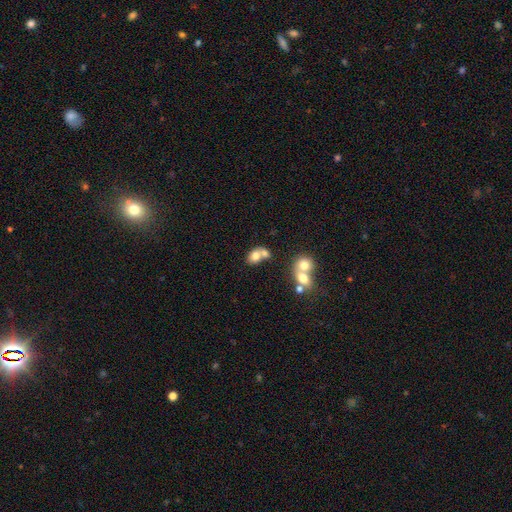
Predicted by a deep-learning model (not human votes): smooth_or_featured: smooth (p=0.73) [alt: featured or disk p=0.16]
how_rounded: in between (p=0.60) [alt: round p=0.38]
merging: merger (p=0.54) [alt: none p=0.31]